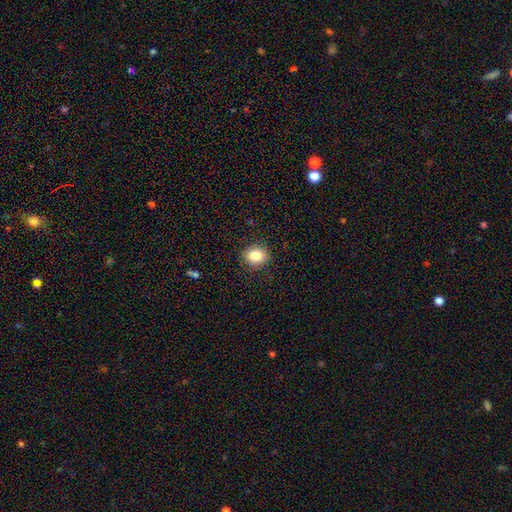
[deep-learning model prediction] Overall: smooth (84%). How rounded: round (68%; in between 31%). Merging: none (89%).